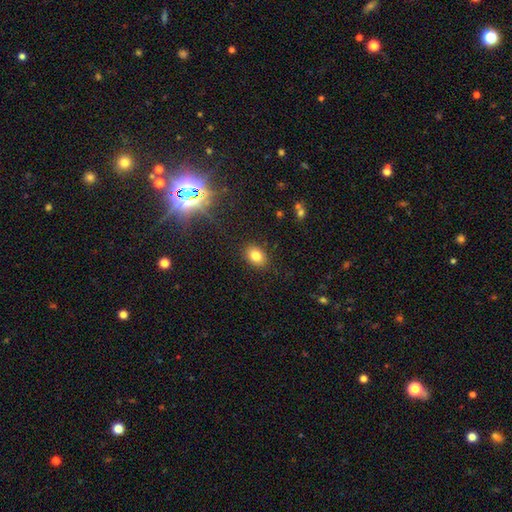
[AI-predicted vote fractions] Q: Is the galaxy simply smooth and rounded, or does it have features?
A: smooth — 80%.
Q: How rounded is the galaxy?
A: in between — 71%.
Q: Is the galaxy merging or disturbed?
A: none — 87%.